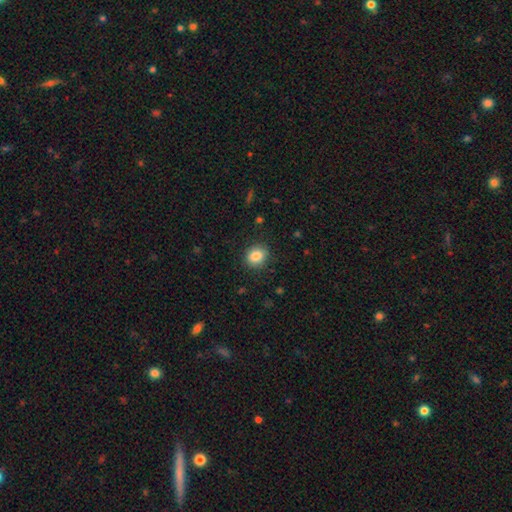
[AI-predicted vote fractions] Smooth or featured? smooth (85%)
How rounded? round (62%)
Merging? none (87%)